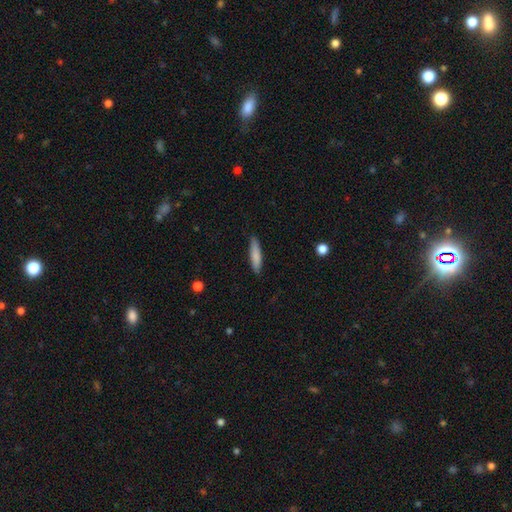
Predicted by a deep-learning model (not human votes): Overall: smooth (82%). How rounded: cigar-shaped (80%). Merging: none (86%).